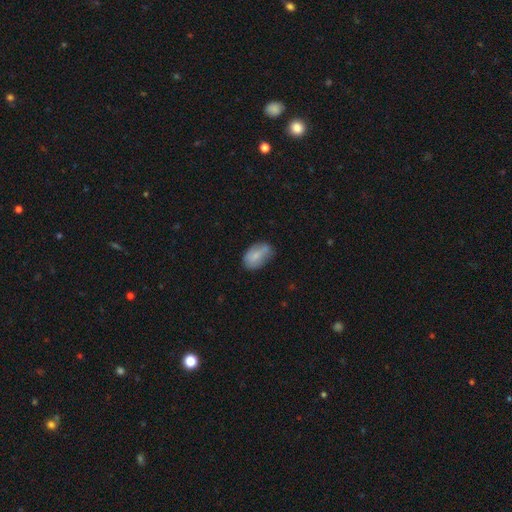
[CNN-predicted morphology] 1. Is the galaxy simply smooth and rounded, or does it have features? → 74% smooth, 19% featured or disk, 7% star or artifact.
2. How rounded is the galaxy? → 90% in between, 8% round, 2% cigar-shaped.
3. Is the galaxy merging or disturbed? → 57% none, 31% minor disturbance, 7% major disturbance, 5% merger.